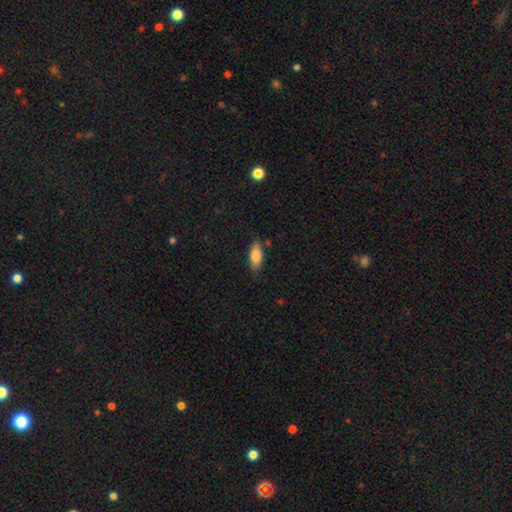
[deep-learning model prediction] Smooth or featured: smooth — 80% (featured or disk — 13%)
How rounded: in between — 80% (cigar-shaped — 18%)
Merging: none — 82% (minor disturbance — 14%)